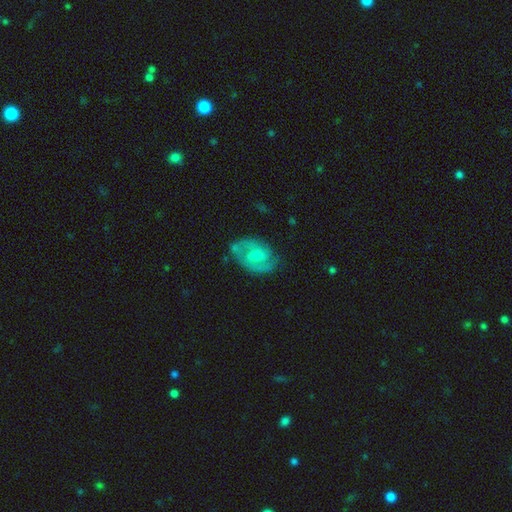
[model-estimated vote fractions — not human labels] A featured or disk galaxy (74%) with a weak bar (52%), 2 (80%) medium (48%) spiral arms (89%) and a moderate central bulge (46%).

Vote fractions:
- Smooth or featured? featured or disk: 74% / smooth: 20% / star or artifact: 6%
- Edge-on disk? no: 97% / yes: 3%
- Bar? weak: 52% / no: 38% / strong: 11%
- Spiral arms? yes: 89% / no: 11%
- Spiral winding? medium: 48% / tight: 35% / loose: 16%
- Spiral arm count? 2: 80% / can't tell: 11% / 1: 4% / 3: 3% / 4: 1% / more than 4: 1%
- Bulge size? moderate: 46% / small: 40% / none: 8% / large: 5% / dominant: 1%
- Merging? none: 70% / minor disturbance: 20% / major disturbance: 7% / merger: 2%